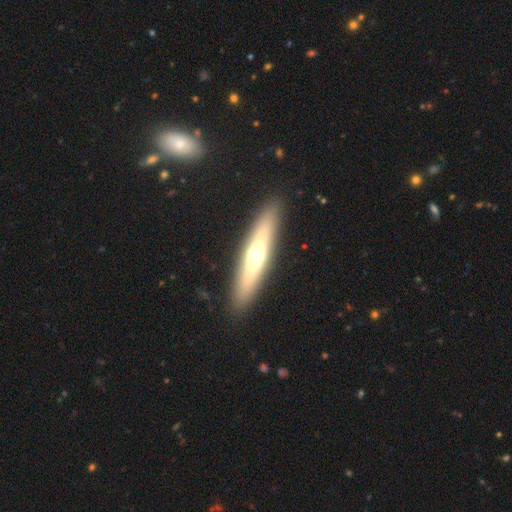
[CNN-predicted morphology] Q: Smooth or featured?
A: featured or disk (48%); runner-up: smooth (46%)
Q: Merging?
A: none (90%); runner-up: minor disturbance (7%)